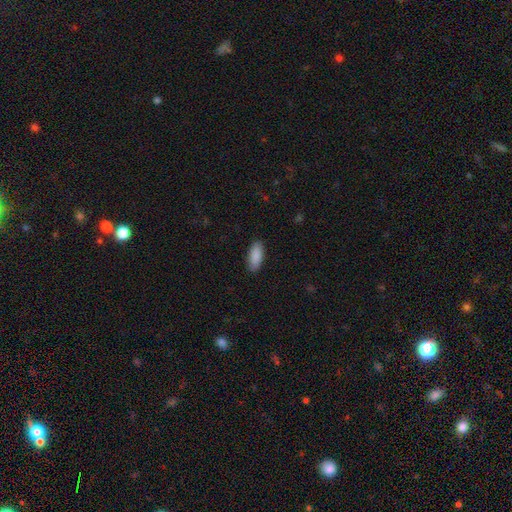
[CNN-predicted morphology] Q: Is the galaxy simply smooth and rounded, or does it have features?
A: smooth — 90%.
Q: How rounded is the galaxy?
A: in between — 82%.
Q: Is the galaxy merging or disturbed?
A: none — 87%.